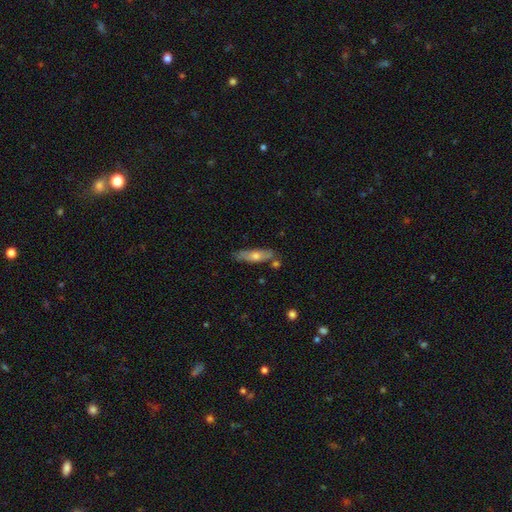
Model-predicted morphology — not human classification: The model was most divided on "smooth or featured": smooth: 50%, featured or disk: 43%, star or artifact: 7%. More confident: merging — none (72%); how rounded — cigar-shaped (60%).